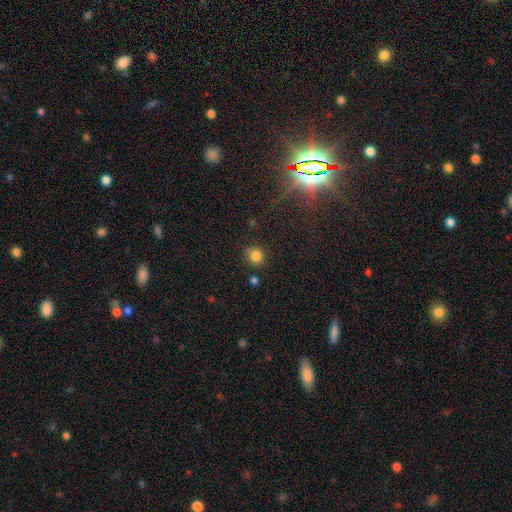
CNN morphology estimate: smooth_or_featured: smooth (p=0.82) [alt: star or artifact p=0.13]
how_rounded: round (p=0.83) [alt: in between p=0.16]
merging: none (p=0.79) [alt: minor disturbance p=0.13]